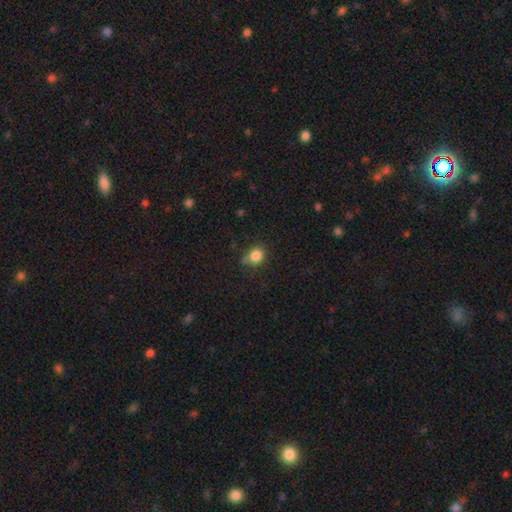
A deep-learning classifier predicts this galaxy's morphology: This appears to be a smooth galaxy with no disk features (84%) that is round (62%). Merging: none (64%).